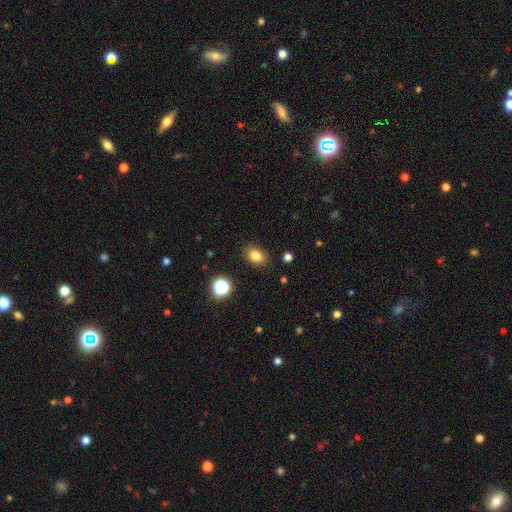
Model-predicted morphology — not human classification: smooth 82%, star or artifact 12%, featured or disk 6%. Down the decision tree: how rounded — in between (73%); merging — none (86%).